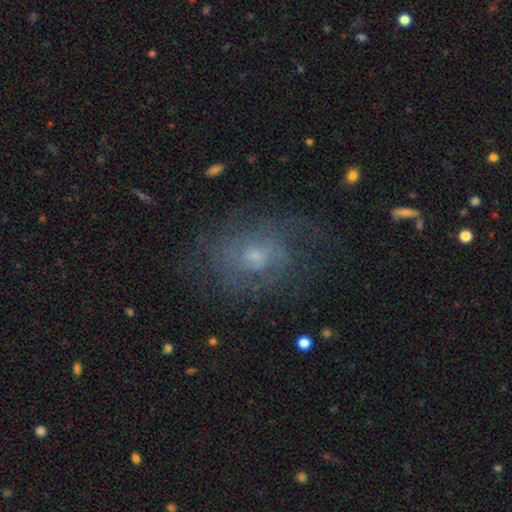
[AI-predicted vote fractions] A featured or disk galaxy (68%) with no bar (67%), tight (44%) spiral arms (81%) and a small central bulge (58%).

Vote fractions:
- Smooth or featured? featured or disk: 68% / smooth: 22% / star or artifact: 10%
- Edge-on disk? no: 97% / yes: 3%
- Bar? no: 67% / weak: 29% / strong: 4%
- Spiral arms? yes: 81% / no: 19%
- Spiral winding? tight: 44% / medium: 39% / loose: 17%
- Spiral arm count? can't tell: 45% / 2: 29% / 3: 10% / 4: 6% / 1: 5% / more than 4: 4%
- Bulge size? small: 58% / moderate: 33% / none: 5% / large: 3% / dominant: 1%
- Merging? none: 65% / minor disturbance: 18% / major disturbance: 15% / merger: 1%